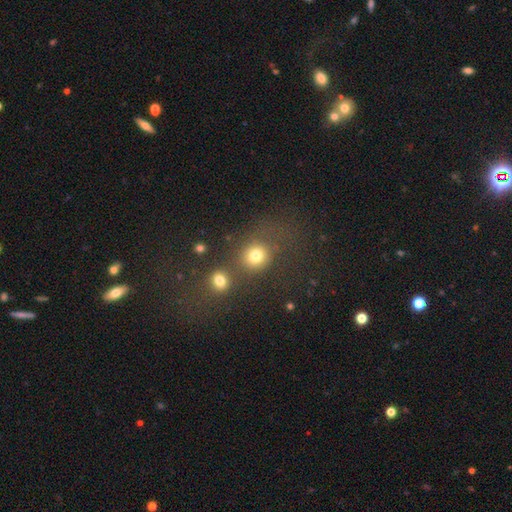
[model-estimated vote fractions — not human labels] Smooth or featured? Predicted: smooth (p=0.77). How rounded? Predicted: round (p=0.77). Merging? Predicted: none (p=0.54).